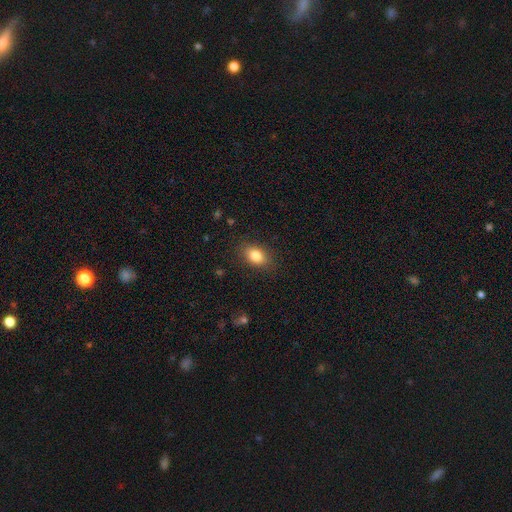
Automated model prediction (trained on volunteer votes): A smooth galaxy with no disk features (83%) that is in between round and cigar-shaped (81%). Merging: none (85%).